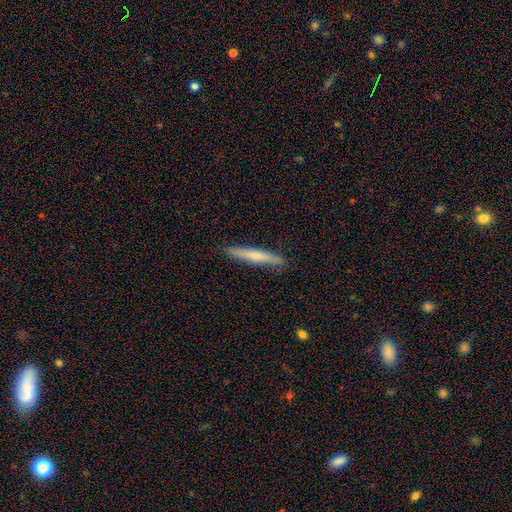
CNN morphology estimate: smooth-or-featured: smooth: 64% | featured or disk: 31% | star or artifact: 5%
  how-rounded: cigar-shaped: 95% | in between: 4% | round: 1%
  merging: none: 90% | minor disturbance: 7% | major disturbance: 1% | merger: 1%